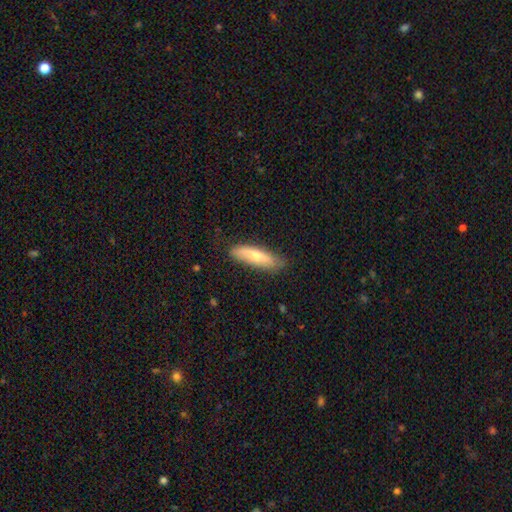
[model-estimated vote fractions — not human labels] Smooth or featured: smooth — 63% (featured or disk — 31%)
How rounded: cigar-shaped — 64% (in between — 34%)
Merging: none — 80% (minor disturbance — 16%)